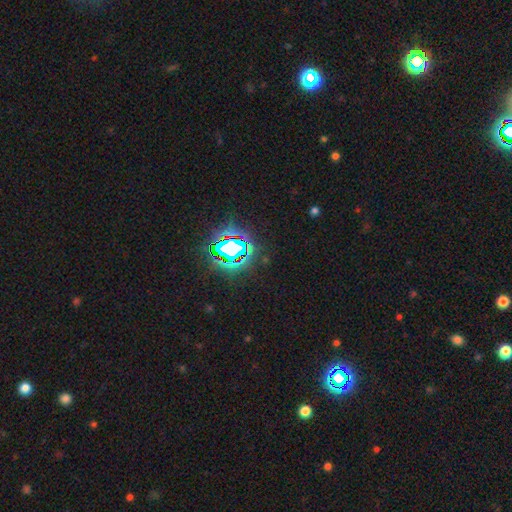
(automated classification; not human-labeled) Smooth or featured? Predicted: star or artifact (p=0.80).